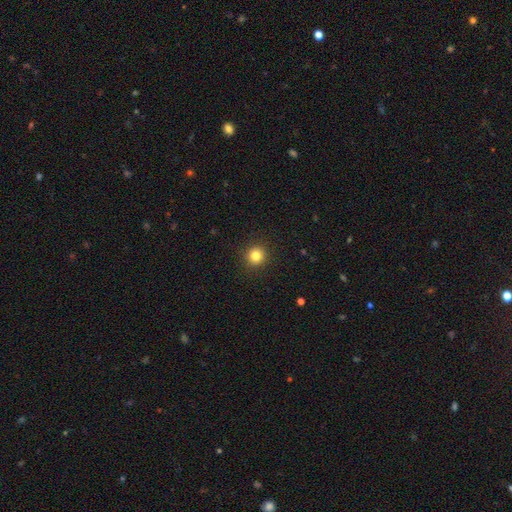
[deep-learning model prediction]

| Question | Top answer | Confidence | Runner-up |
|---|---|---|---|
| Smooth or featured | smooth | 82% | star or artifact (12%) |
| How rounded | round | 93% | in between (6%) |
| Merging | none | 92% | minor disturbance (5%) |